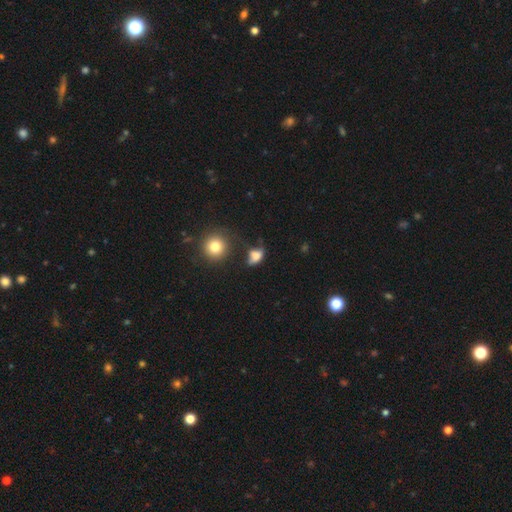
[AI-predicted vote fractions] This appears to be a smooth galaxy with no disk features (74%) that is in between round and cigar-shaped (76%). Merging: none (42%).